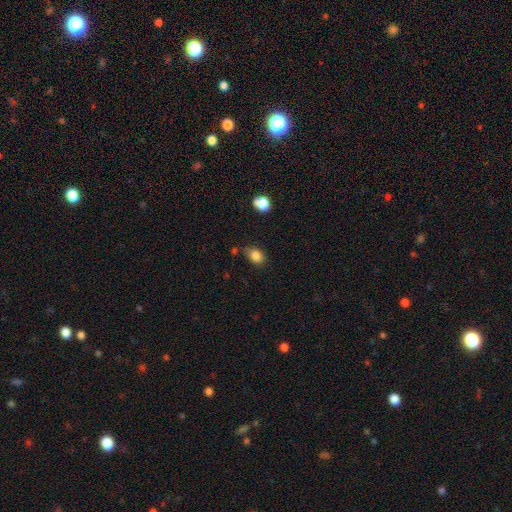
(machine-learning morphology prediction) Smooth or featured? smooth (84%)
How rounded? in between (72%)
Merging? none (69%)